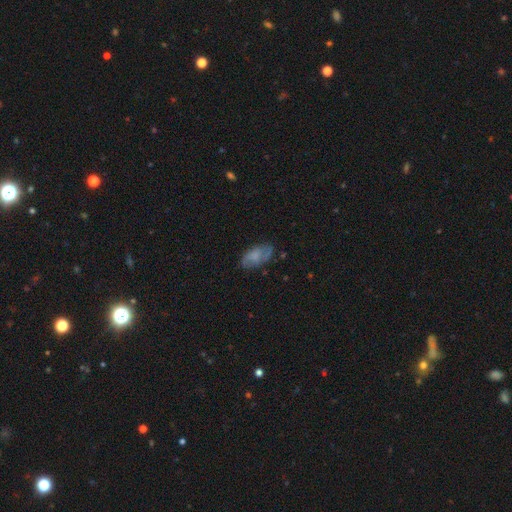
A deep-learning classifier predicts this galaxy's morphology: This is possibly a smooth galaxy (47%). Merging: likely none (70%).